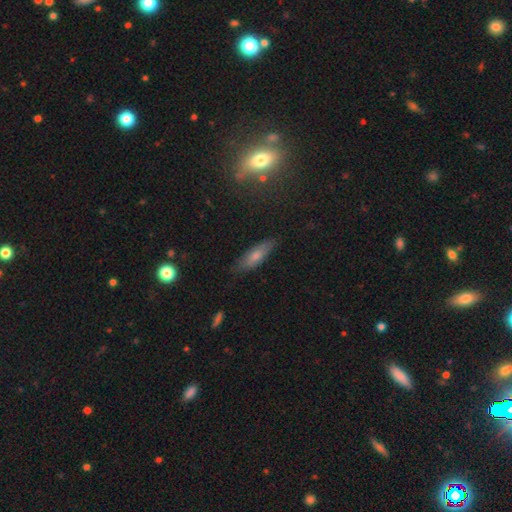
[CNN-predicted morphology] smooth_or_featured: smooth (p=0.70) [alt: featured or disk p=0.22]
how_rounded: in between (p=0.53) [alt: cigar-shaped p=0.45]
merging: none (p=0.78) [alt: minor disturbance p=0.18]